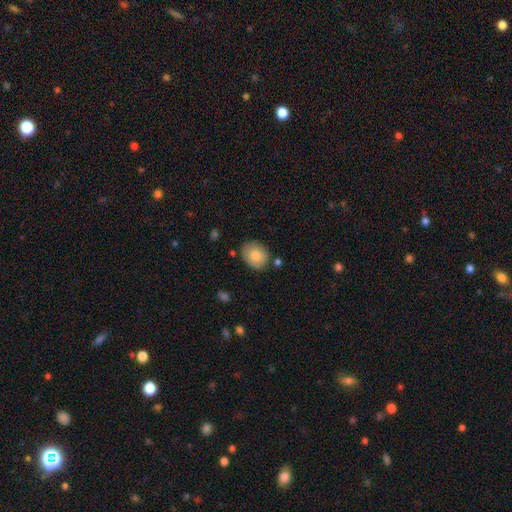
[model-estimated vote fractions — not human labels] Smooth or featured? Predicted: smooth (p=0.82). How rounded? Predicted: in between (p=0.52). Merging? Predicted: none (p=0.77).